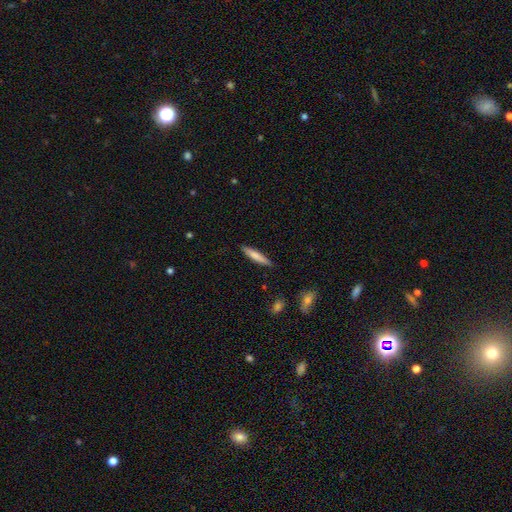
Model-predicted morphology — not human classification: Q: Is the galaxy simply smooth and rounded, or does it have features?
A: smooth — 73%.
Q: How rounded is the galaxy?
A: cigar-shaped — 90%.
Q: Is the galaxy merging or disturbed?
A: none — 87%.